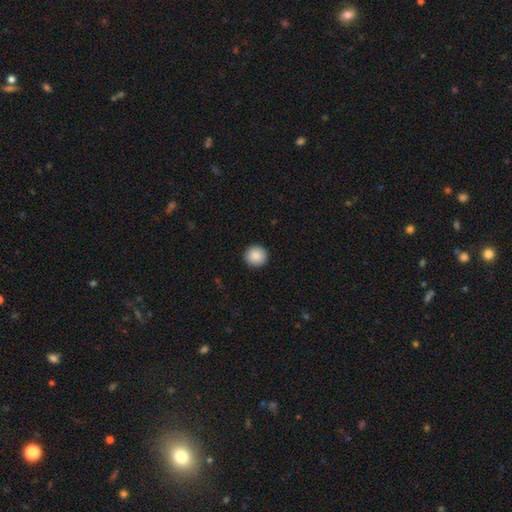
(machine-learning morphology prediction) smooth 89%, star or artifact 8%, featured or disk 3%. Down the decision tree: how rounded — round (93%); merging — none (93%).